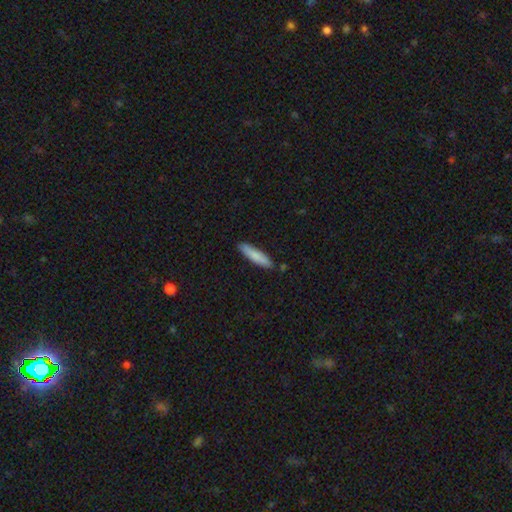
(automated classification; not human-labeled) Q: Smooth or featured?
A: smooth (82%); runner-up: featured or disk (13%)
Q: How rounded?
A: cigar-shaped (81%); runner-up: in between (18%)
Q: Merging?
A: none (86%); runner-up: minor disturbance (10%)